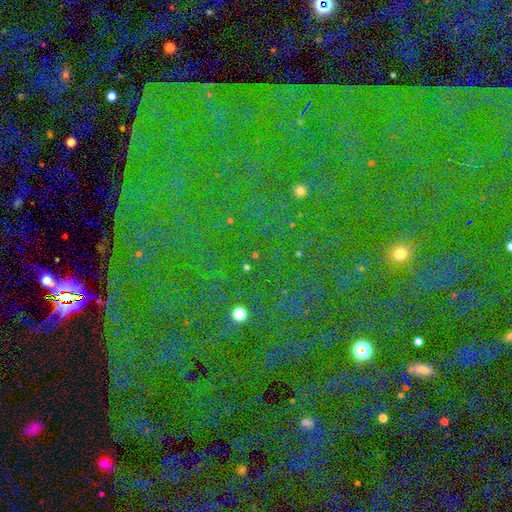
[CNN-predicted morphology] smooth_or_featured: star or artifact (p=0.76) [alt: smooth p=0.16]